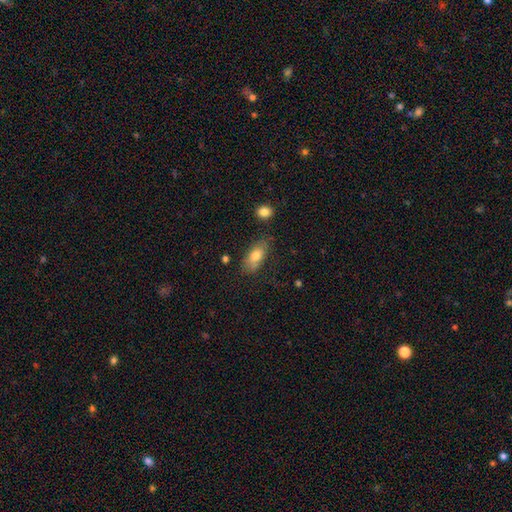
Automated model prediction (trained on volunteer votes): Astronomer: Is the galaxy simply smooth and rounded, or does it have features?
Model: smooth — 75%.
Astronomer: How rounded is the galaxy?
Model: in between — 84%.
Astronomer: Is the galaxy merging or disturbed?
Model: none — 70%.